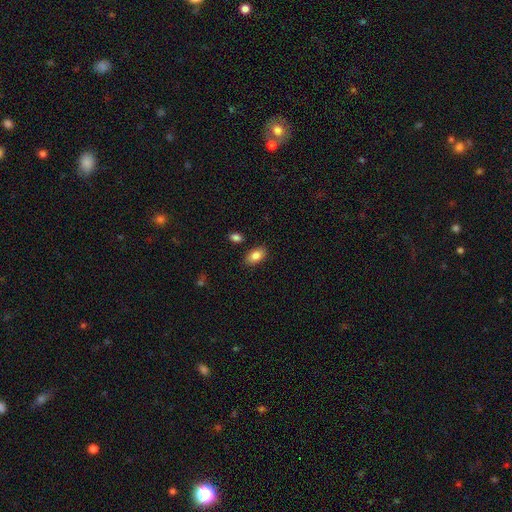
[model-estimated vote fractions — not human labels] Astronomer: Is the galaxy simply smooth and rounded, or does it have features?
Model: smooth — 85%.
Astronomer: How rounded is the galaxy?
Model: in between — 91%.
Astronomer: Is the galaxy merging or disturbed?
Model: none — 84%.